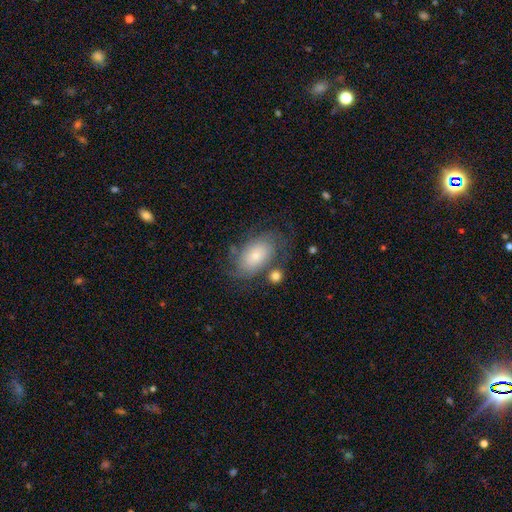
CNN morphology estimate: smooth-or-featured: smooth: 54% | featured or disk: 38% | star or artifact: 8%
  how-rounded: in between: 90% | round: 8% | cigar-shaped: 2%
  merging: none: 58% | minor disturbance: 21% | major disturbance: 13% | merger: 8%